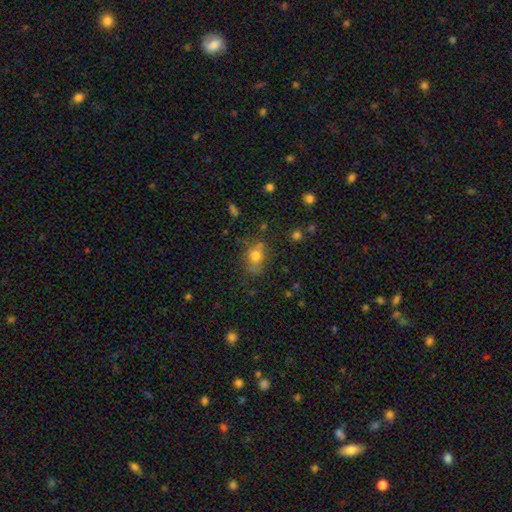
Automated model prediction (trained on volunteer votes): smooth-or-featured: smooth: 73% | star or artifact: 15% | featured or disk: 12%
  how-rounded: round: 66% | in between: 33% | cigar-shaped: 1%
  merging: none: 62% | minor disturbance: 19% | merger: 11% | major disturbance: 8%